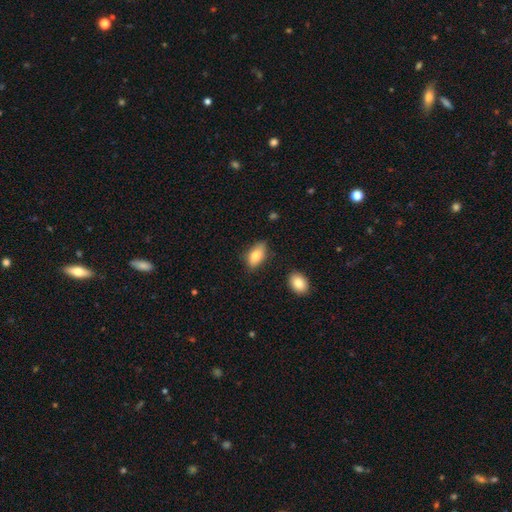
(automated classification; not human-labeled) A smooth galaxy with no disk features (79%) that is in between round and cigar-shaped (89%).

Vote fractions:
- Smooth or featured? smooth: 79% / featured or disk: 14% / star or artifact: 7%
- How rounded? in between: 89% / cigar-shaped: 6% / round: 5%
- Merging? none: 75% / minor disturbance: 19% / major disturbance: 3% / merger: 2%